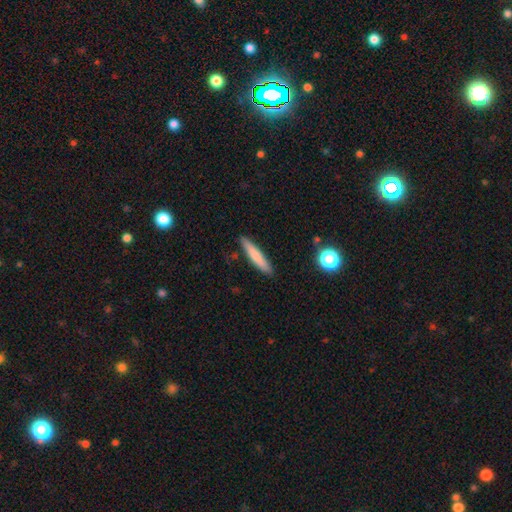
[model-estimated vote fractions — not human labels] A smooth galaxy with no disk features (75%) that is cigar-shaped (91%). Merging: none (88%).